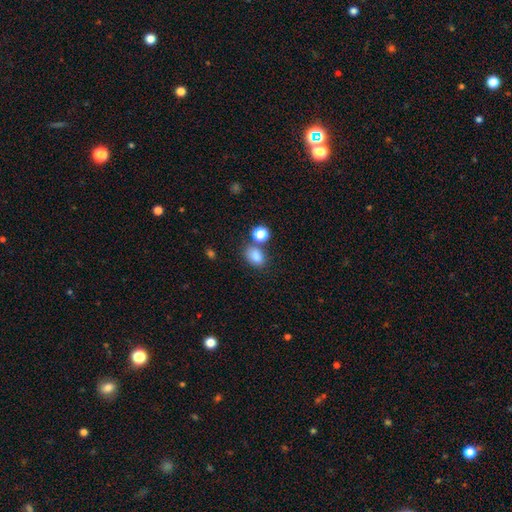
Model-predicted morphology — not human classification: Q: Smooth or featured?
A: smooth (84%); runner-up: star or artifact (11%)
Q: How rounded?
A: in between (72%); runner-up: round (26%)
Q: Merging?
A: none (67%); runner-up: merger (16%)